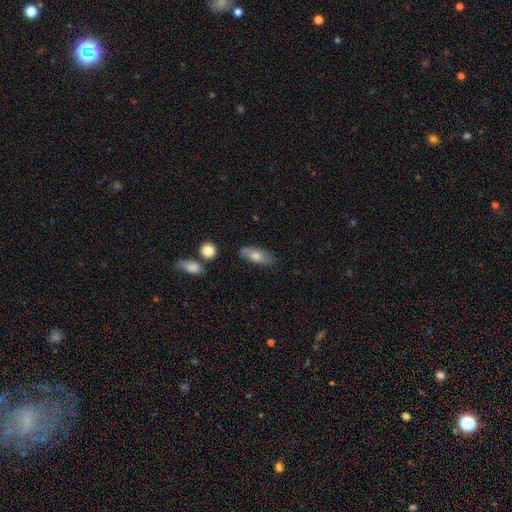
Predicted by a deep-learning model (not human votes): Smooth or featured?
  - smooth: 69% *
  - featured or disk: 24%
  - star or artifact: 7%
How rounded?
  - in between: 76% *
  - cigar-shaped: 20%
  - round: 4%
Merging?
  - none: 77% *
  - minor disturbance: 17%
  - major disturbance: 3%
  - merger: 3%